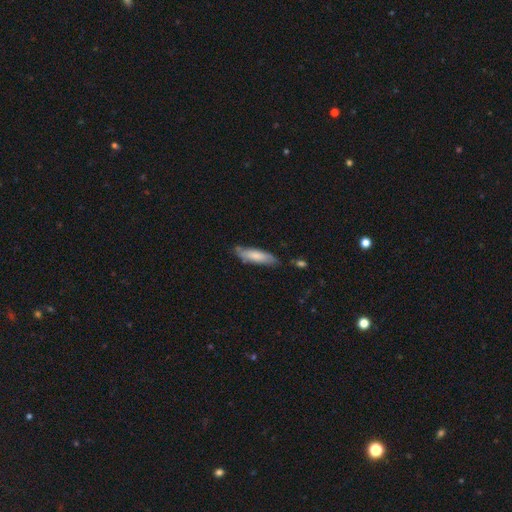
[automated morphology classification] This appears to be a smooth galaxy with no disk features (76%) that is cigar-shaped (57%). Merging: none (72%).